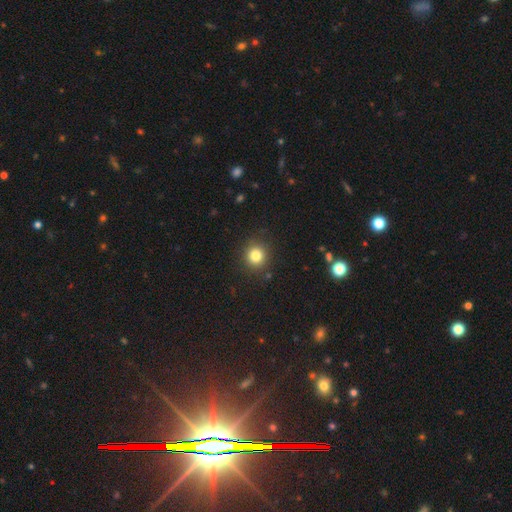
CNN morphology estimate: A smooth galaxy with no disk features (81%) that is round (91%). Merging: none (88%).